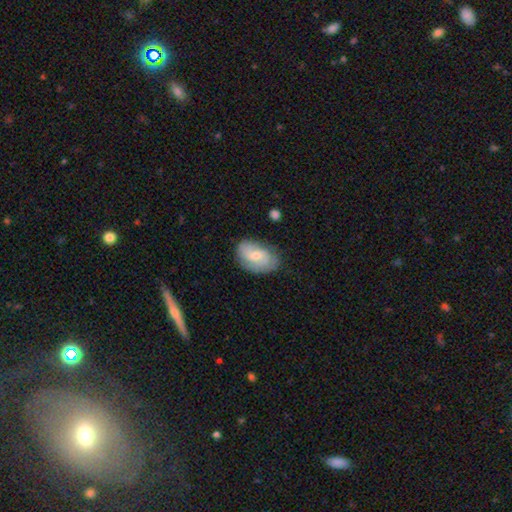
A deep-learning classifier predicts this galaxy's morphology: Smooth or featured? featured or disk (52%)
Edge-on disk? no (96%)
Merging? none (72%)